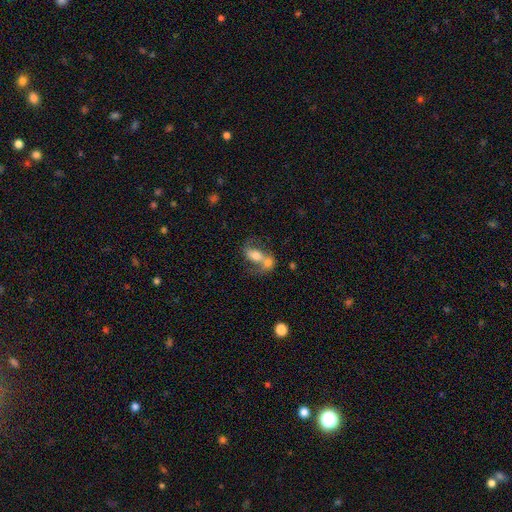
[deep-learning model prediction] smooth-or-featured: smooth: 48% | featured or disk: 42% | star or artifact: 9%
  merging: merger: 67% | none: 18% | minor disturbance: 8% | major disturbance: 7%